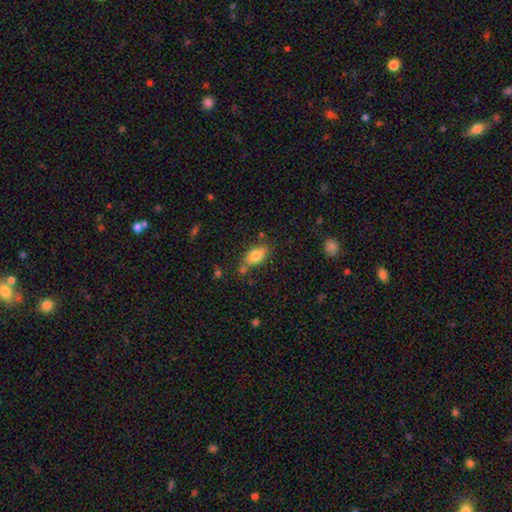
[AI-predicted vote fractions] This appears to be a smooth galaxy with no disk features (80%) that is in between round and cigar-shaped (89%). Merging: none (69%).